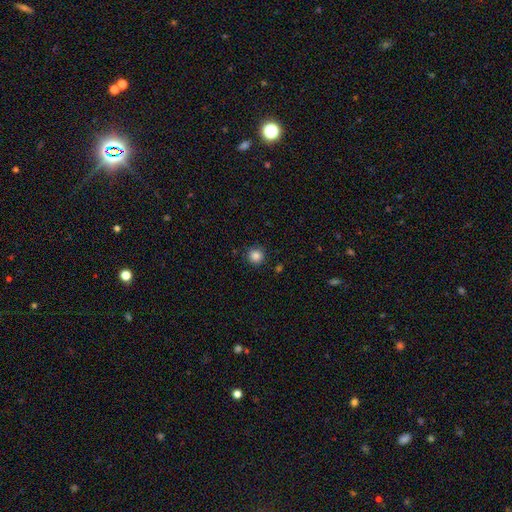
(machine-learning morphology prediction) type=smooth (85%); roundness=round (95%); merging=none (90%).